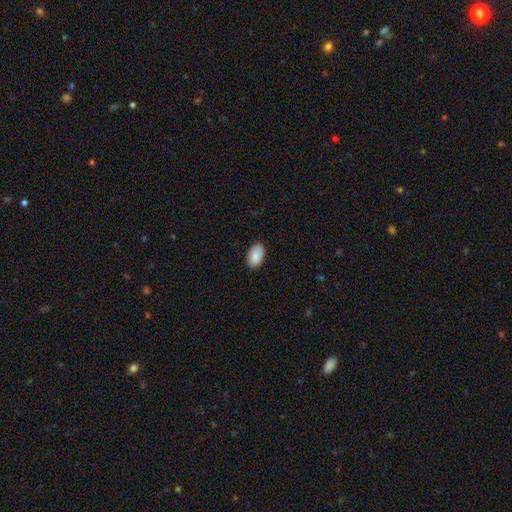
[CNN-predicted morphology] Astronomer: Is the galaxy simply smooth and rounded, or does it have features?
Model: smooth — 90%.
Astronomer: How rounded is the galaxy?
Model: in between — 95%.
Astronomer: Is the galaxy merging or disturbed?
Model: none — 88%.